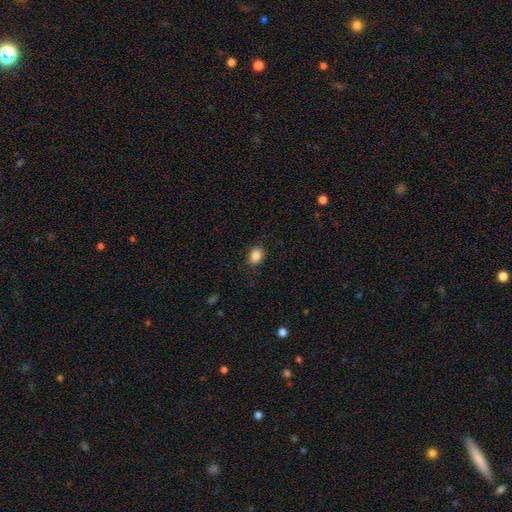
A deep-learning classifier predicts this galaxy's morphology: smooth_or_featured: smooth (p=0.87) [alt: star or artifact p=0.10]
how_rounded: in between (p=0.55) [alt: round p=0.44]
merging: none (p=0.87) [alt: minor disturbance p=0.09]